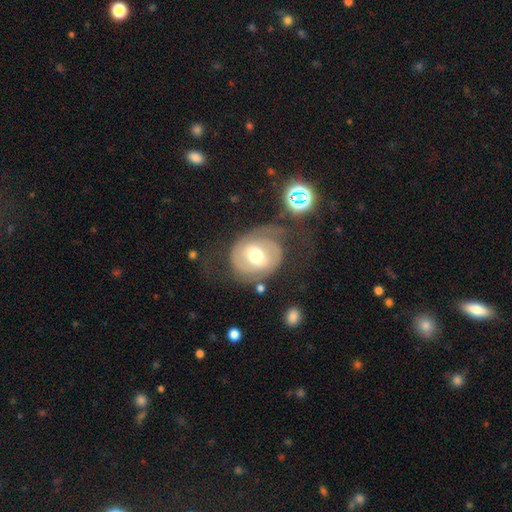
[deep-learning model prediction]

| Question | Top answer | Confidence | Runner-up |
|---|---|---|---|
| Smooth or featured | featured or disk | 69% | smooth (24%) |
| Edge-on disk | no | 97% | yes (3%) |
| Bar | weak | 44% | no (38%) |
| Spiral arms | yes | 83% | no (17%) |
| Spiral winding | medium | 41% | tight (36%) |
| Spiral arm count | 2 | 75% | can't tell (11%) |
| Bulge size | moderate | 69% | large (17%) |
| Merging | none | 50% | major disturbance (26%) |